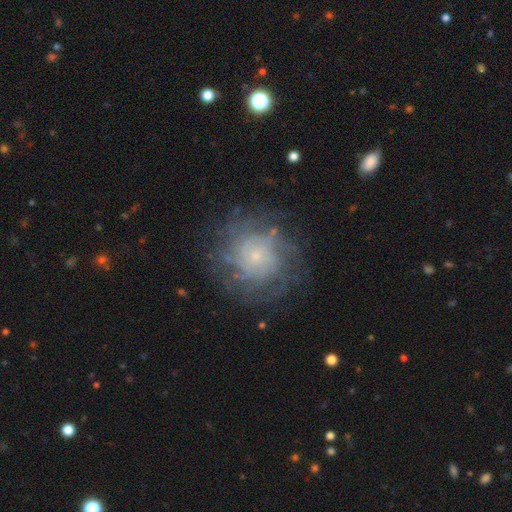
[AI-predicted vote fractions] Smooth or featured?
  - featured or disk: 68% *
  - smooth: 21%
  - star or artifact: 10%
Edge-on disk?
  - no: 97% *
  - yes: 3%
Bar?
  - no: 82% *
  - weak: 16%
  - strong: 2%
Spiral arms?
  - yes: 84% *
  - no: 16%
Spiral winding?
  - tight: 64% *
  - medium: 26%
  - loose: 10%
Spiral arm count?
  - can't tell: 51% *
  - 4: 14%
  - more than 4: 13%
  - 3: 9%
  - 2: 8%
  - 1: 6%
Bulge size?
  - small: 78% *
  - moderate: 14%
  - none: 4%
  - large: 2%
  - dominant: 1%
Merging?
  - none: 76% *
  - minor disturbance: 14%
  - major disturbance: 9%
  - merger: 1%